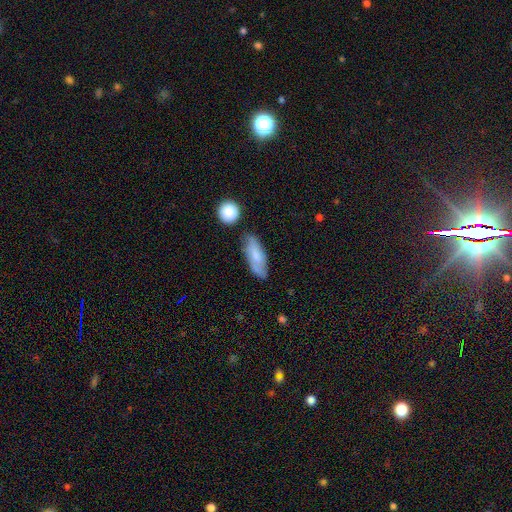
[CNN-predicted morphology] Smooth or featured?
  - smooth: 62% *
  - featured or disk: 31%
  - star or artifact: 7%
How rounded?
  - in between: 68% *
  - cigar-shaped: 29%
  - round: 3%
Merging?
  - none: 69% *
  - minor disturbance: 20%
  - merger: 6%
  - major disturbance: 5%